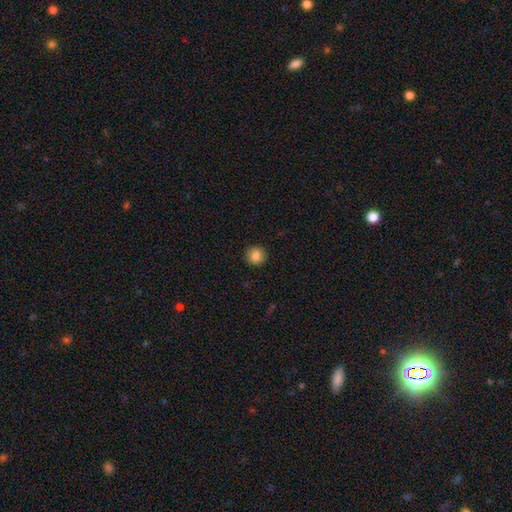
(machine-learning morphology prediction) Q: Smooth or featured?
A: smooth (85%); runner-up: star or artifact (10%)
Q: How rounded?
A: round (93%); runner-up: in between (6%)
Q: Merging?
A: none (92%); runner-up: minor disturbance (5%)